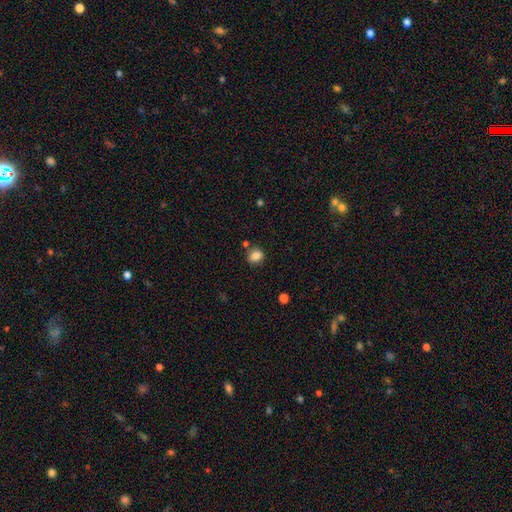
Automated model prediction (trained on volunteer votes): This is clearly a smooth galaxy (84%). How rounded: likely round (62%). Merging: likely none (78%).